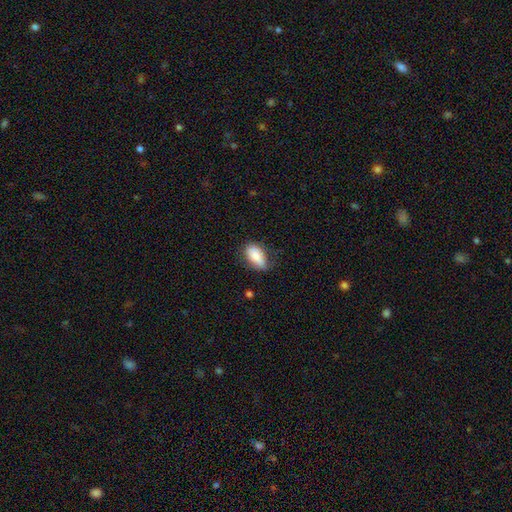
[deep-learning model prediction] This appears to be a smooth galaxy with no disk features (82%) that is in between round and cigar-shaped (91%). Merging: none (63%).